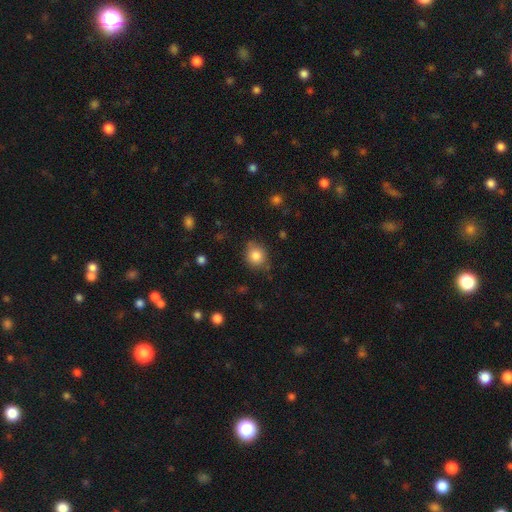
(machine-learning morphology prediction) Smooth or featured? Predicted: smooth (p=0.83). How rounded? Predicted: round (p=0.70). Merging? Predicted: none (p=0.78).